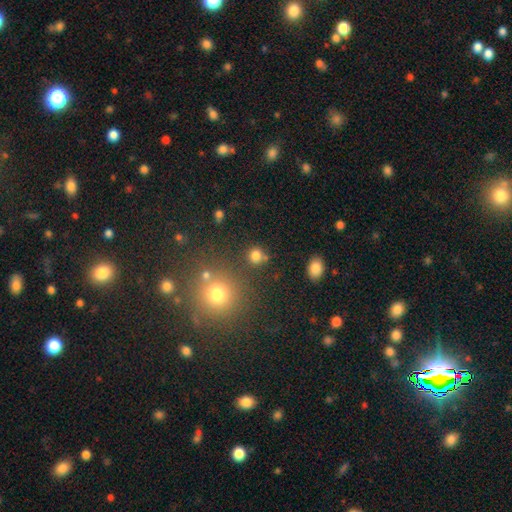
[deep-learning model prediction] Smooth or featured: smooth — 78% (star or artifact — 16%)
How rounded: round — 88% (in between — 11%)
Merging: none — 76% (merger — 11%)